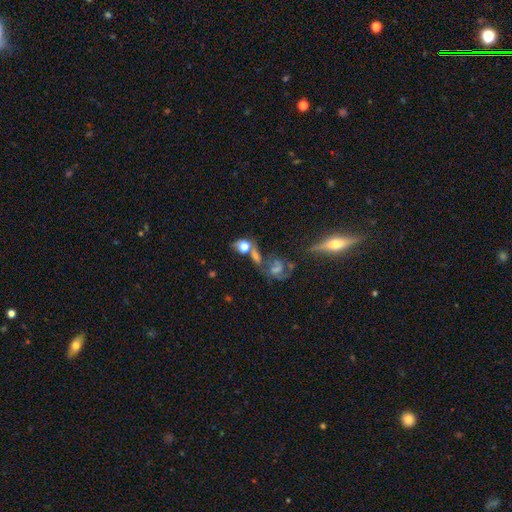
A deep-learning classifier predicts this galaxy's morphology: A featured or disk galaxy (48%). Merging: none (53%).